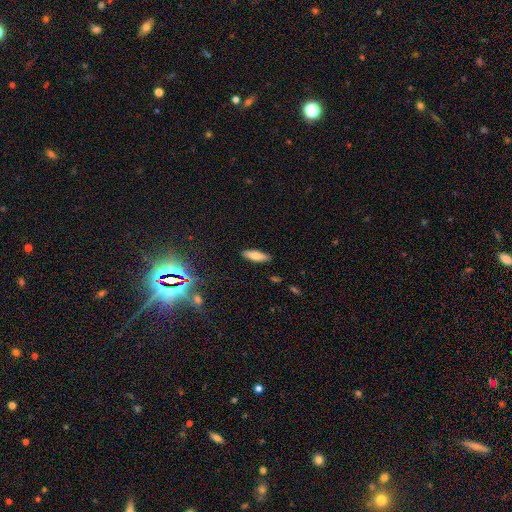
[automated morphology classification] Smooth or featured: smooth — 69% (featured or disk — 23%)
How rounded: in between — 49% (cigar-shaped — 48%)
Merging: none — 89% (minor disturbance — 8%)